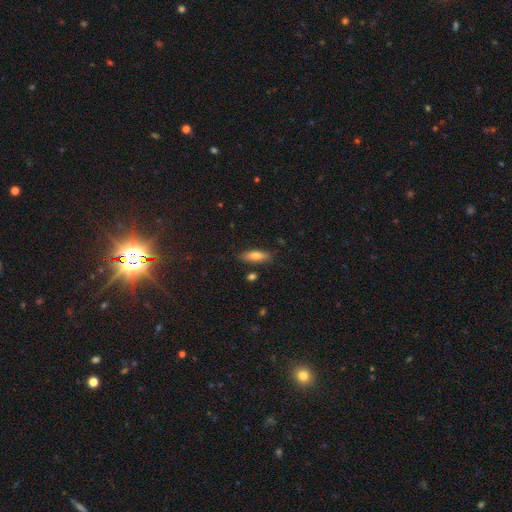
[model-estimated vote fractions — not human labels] smooth_or_featured: smooth (p=0.73) [alt: featured or disk p=0.20]
how_rounded: in between (p=0.55) [alt: cigar-shaped p=0.43]
merging: none (p=0.83) [alt: minor disturbance p=0.12]